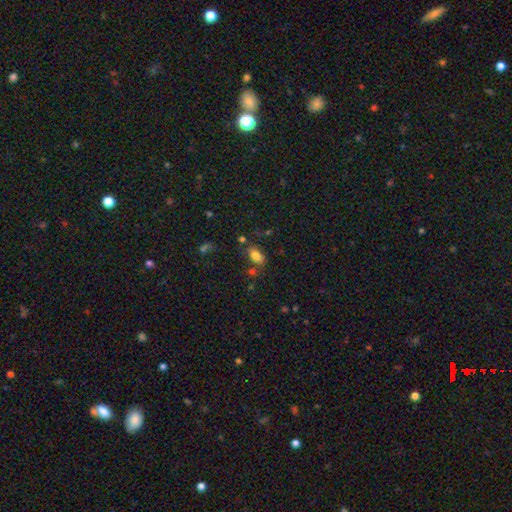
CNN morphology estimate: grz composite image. It shows a smooth galaxy with no disk features (79%) that is in between round and cigar-shaped (91%). Merging: none (72%).